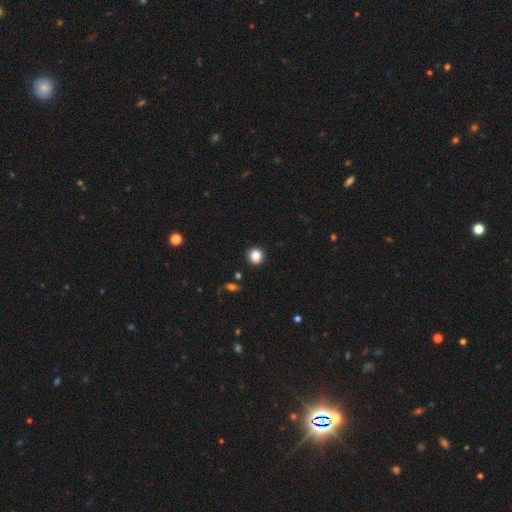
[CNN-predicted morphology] Overall: smooth (85%). How rounded: round (88%). Merging: none (90%).